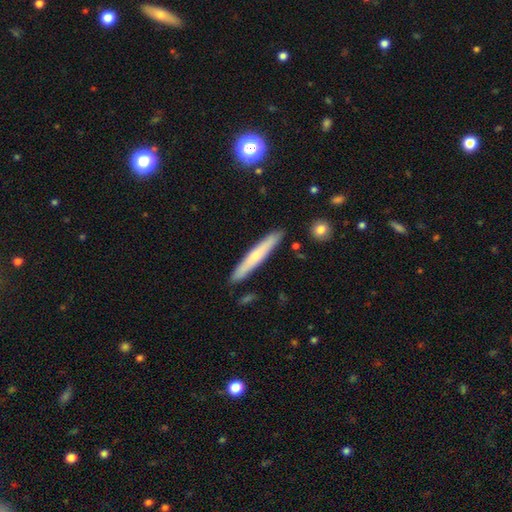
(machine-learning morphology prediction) Smooth or featured?
  - smooth: 54% *
  - featured or disk: 40%
  - star or artifact: 6%
How rounded?
  - cigar-shaped: 94% *
  - in between: 5%
  - round: 1%
Merging?
  - none: 89% *
  - minor disturbance: 8%
  - merger: 2%
  - major disturbance: 1%